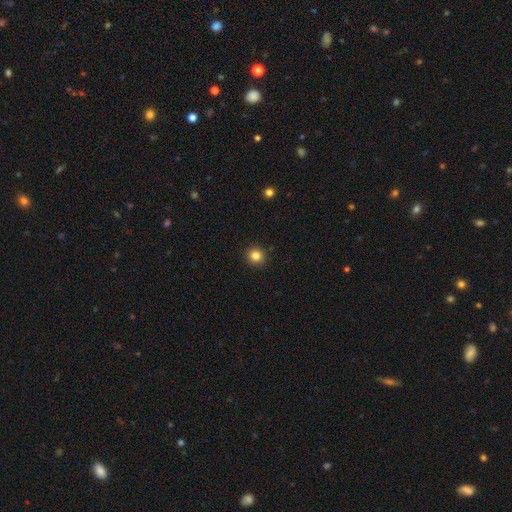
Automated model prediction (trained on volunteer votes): This appears to be a smooth galaxy with no disk features (84%) that is round (93%). Merging: none (92%).